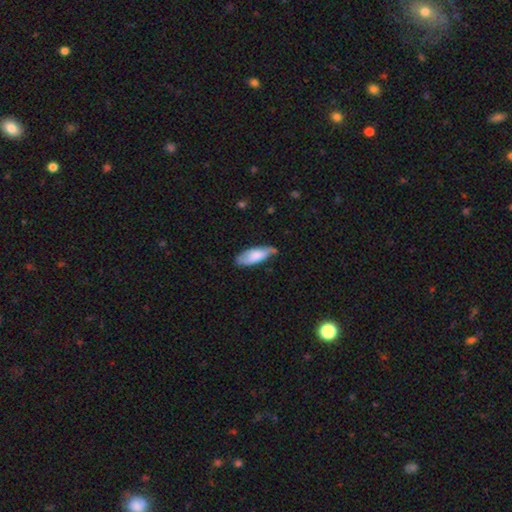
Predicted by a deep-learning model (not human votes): This is likely a smooth galaxy (65%). How rounded: likely in between (69%). Merging: likely none (64%).